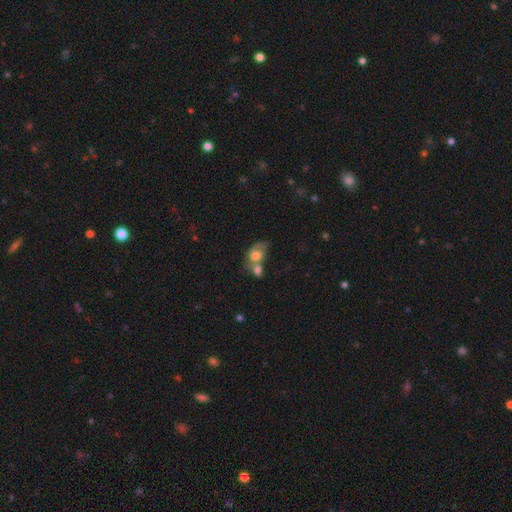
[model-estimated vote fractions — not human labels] This appears to be a smooth galaxy with no disk features (64%) that is in between round and cigar-shaped (68%). Merging: merger (62%).